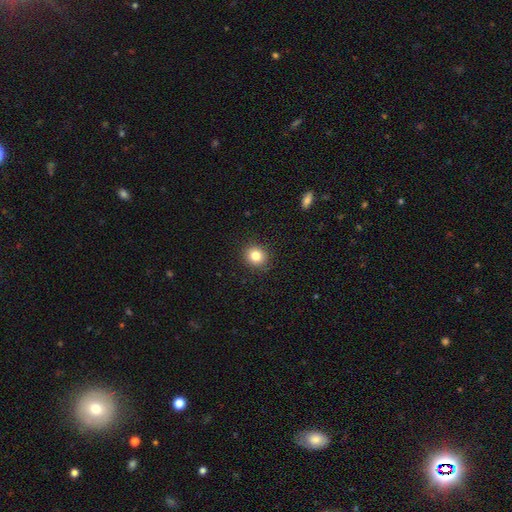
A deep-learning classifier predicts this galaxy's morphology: A smooth galaxy with no disk features (83%) that is round (84%). Merging: none (90%).